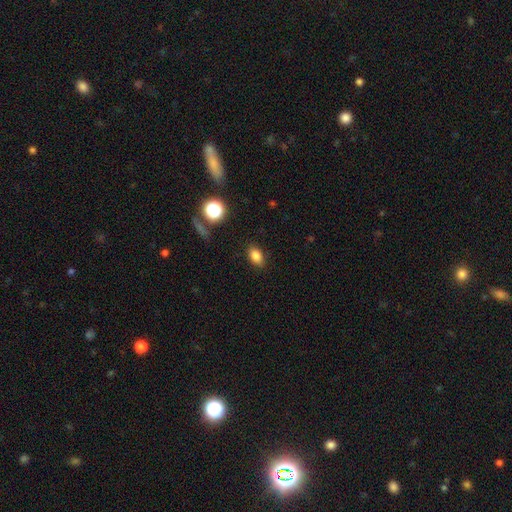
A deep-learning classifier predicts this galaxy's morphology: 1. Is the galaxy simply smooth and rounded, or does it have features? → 83% smooth, 11% star or artifact, 6% featured or disk.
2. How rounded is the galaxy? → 82% in between, 16% round, 2% cigar-shaped.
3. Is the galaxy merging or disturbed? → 87% none, 9% minor disturbance, 3% major disturbance, 1% merger.